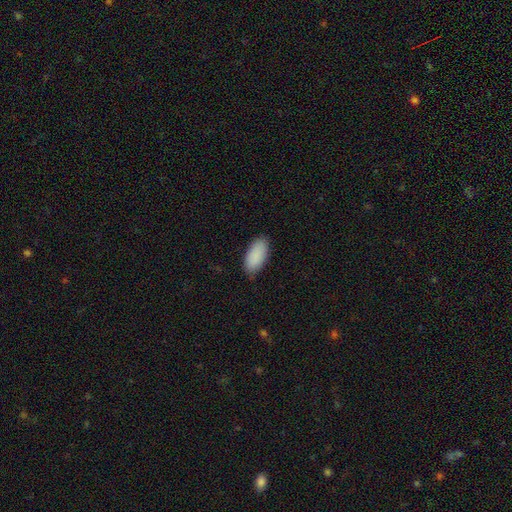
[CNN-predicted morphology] Smooth or featured?
  - smooth: 90% *
  - star or artifact: 6%
  - featured or disk: 4%
How rounded?
  - in between: 93% *
  - cigar-shaped: 5%
  - round: 2%
Merging?
  - none: 83% *
  - minor disturbance: 13%
  - major disturbance: 2%
  - merger: 1%